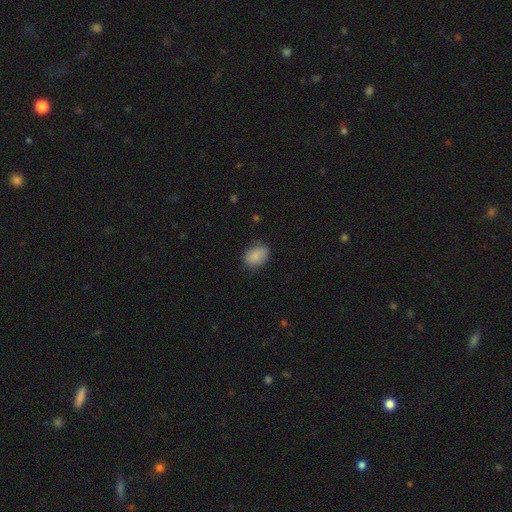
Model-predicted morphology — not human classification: A smooth galaxy with no disk features (86%) that is in between round and cigar-shaped (74%).

Vote fractions:
- Smooth or featured? smooth: 86% / star or artifact: 7% / featured or disk: 7%
- How rounded? in between: 74% / round: 25% / cigar-shaped: 1%
- Merging? none: 78% / minor disturbance: 17% / major disturbance: 4% / merger: 1%